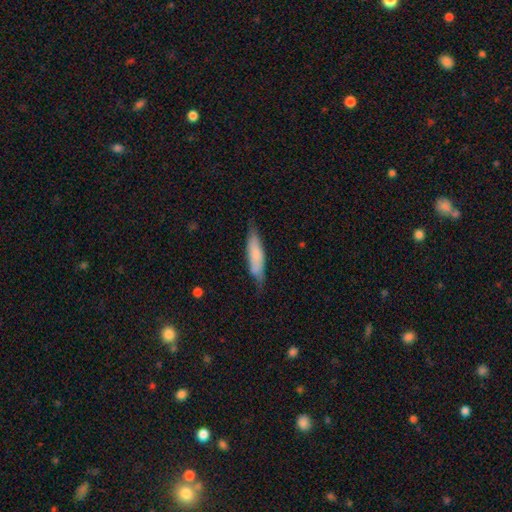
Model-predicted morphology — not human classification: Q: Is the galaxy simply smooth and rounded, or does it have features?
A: smooth — 68%.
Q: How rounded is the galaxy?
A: cigar-shaped — 69%.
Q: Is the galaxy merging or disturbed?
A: none — 69%.